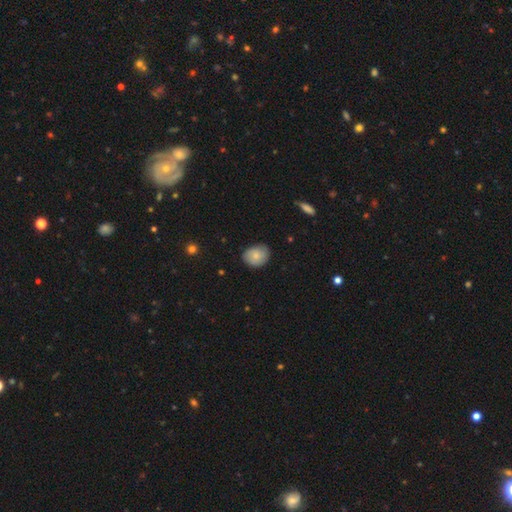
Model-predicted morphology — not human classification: The model was most divided on "how rounded": in between: 50%, round: 49%, cigar-shaped: 1%. More confident: smooth or featured — smooth (79%); merging — none (74%).